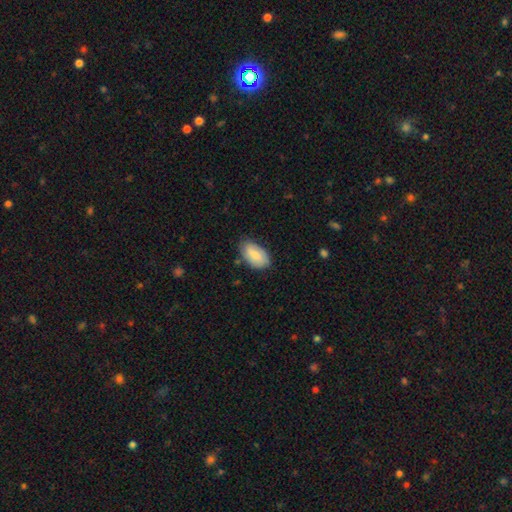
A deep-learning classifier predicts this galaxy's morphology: Overall: smooth (81%). How rounded: in between (94%). Merging: none (70%).